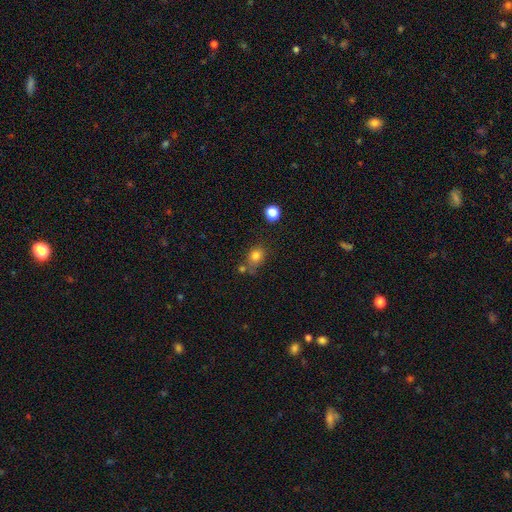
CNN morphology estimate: This appears to be a smooth galaxy with no disk features (80%) that is round (53%). Merging: none (59%).